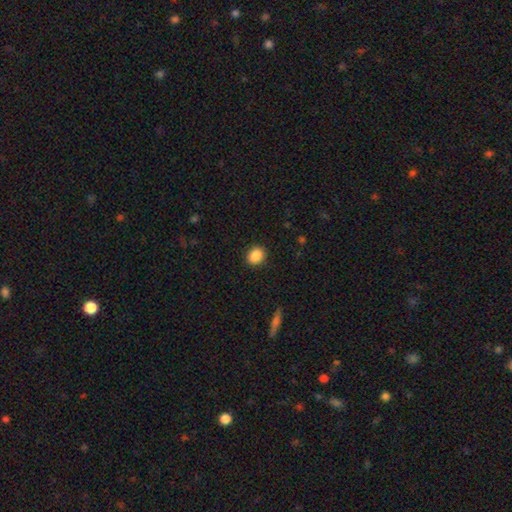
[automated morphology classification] type=smooth (88%); roundness=round (56%); merging=none (89%).